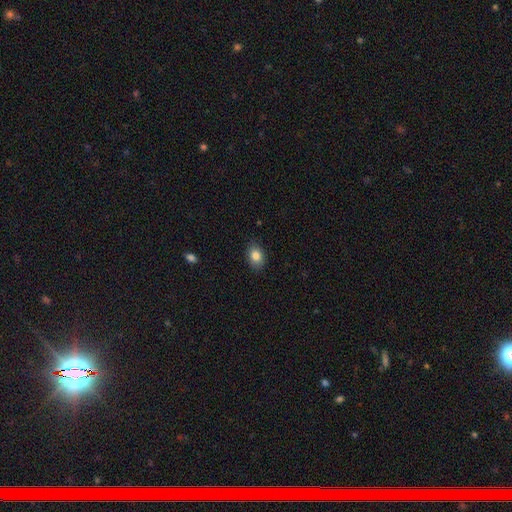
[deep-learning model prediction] This is clearly a smooth galaxy (84%). How rounded: likely in between (72%). Merging: clearly none (86%).